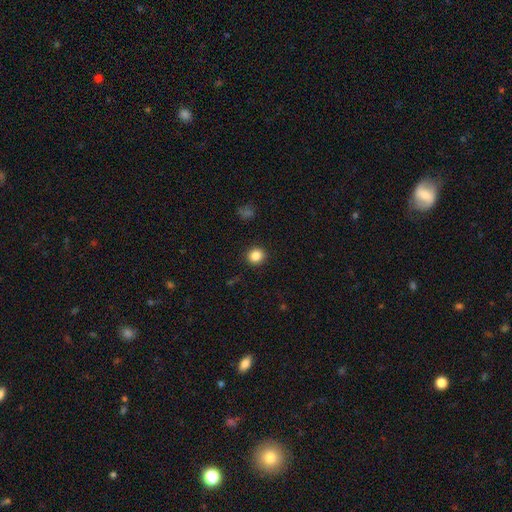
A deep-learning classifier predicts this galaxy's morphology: type=smooth (85%); roundness=round (88%); merging=none (92%).